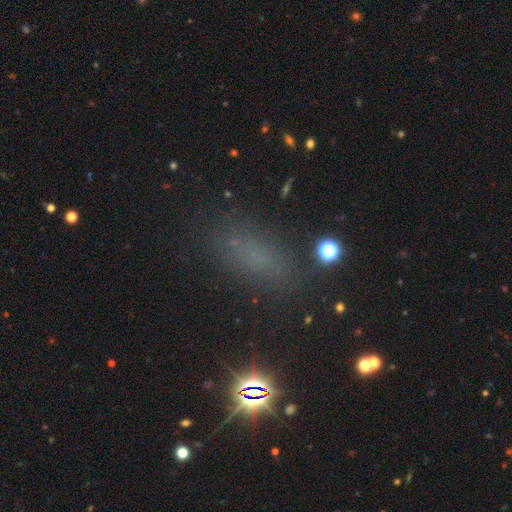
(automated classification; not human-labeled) Smooth or featured?
  - smooth: 62% *
  - star or artifact: 27%
  - featured or disk: 10%
How rounded?
  - in between: 63% *
  - cigar-shaped: 30%
  - round: 7%
Merging?
  - none: 81% *
  - minor disturbance: 12%
  - major disturbance: 5%
  - merger: 2%